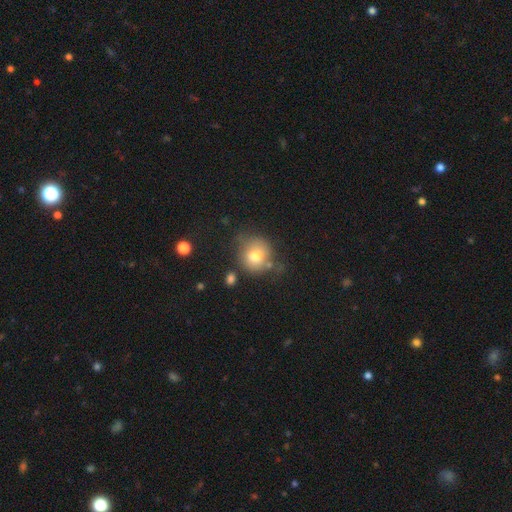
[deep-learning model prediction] A smooth galaxy with no disk features (75%) that is round (86%).

Vote fractions:
- Smooth or featured? smooth: 75% / featured or disk: 14% / star or artifact: 11%
- How rounded? round: 86% / in between: 13% / cigar-shaped: 1%
- Merging? none: 62% / minor disturbance: 22% / merger: 9% / major disturbance: 8%